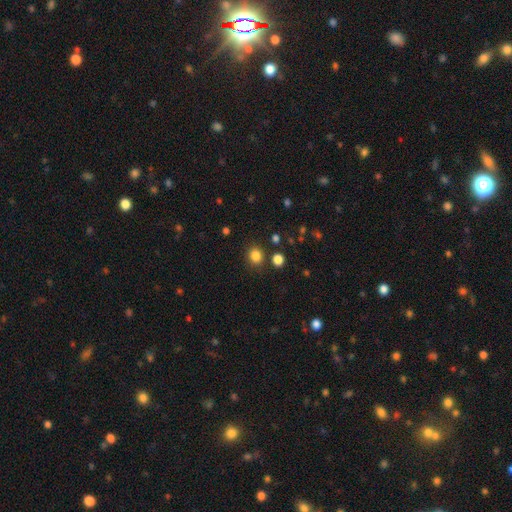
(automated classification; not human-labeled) A smooth galaxy with no disk features (83%) that is round (78%).

Vote fractions:
- Smooth or featured? smooth: 83% / star or artifact: 13% / featured or disk: 4%
- How rounded? round: 78% / in between: 21% / cigar-shaped: 1%
- Merging? none: 85% / minor disturbance: 8% / merger: 4% / major disturbance: 3%